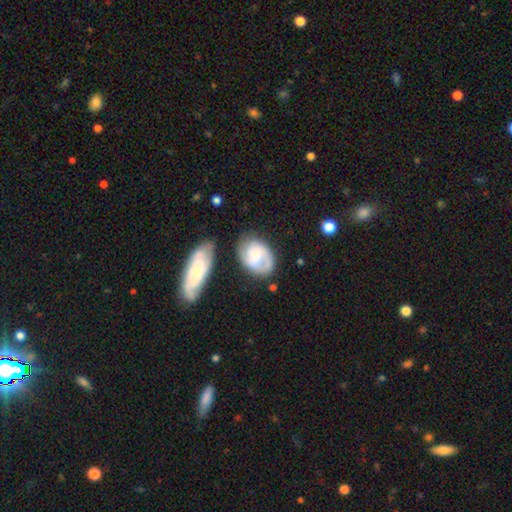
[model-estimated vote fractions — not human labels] The model was most divided on "spiral winding": tight: 43%, medium: 41%, loose: 16%. Remaining: edge-on disk — no (96%); spiral arms — yes (90%); merging — none (61%); smooth or featured — featured or disk (61%); bar — no (59%); spiral arm count — 2 (56%); bulge size — small (41%).